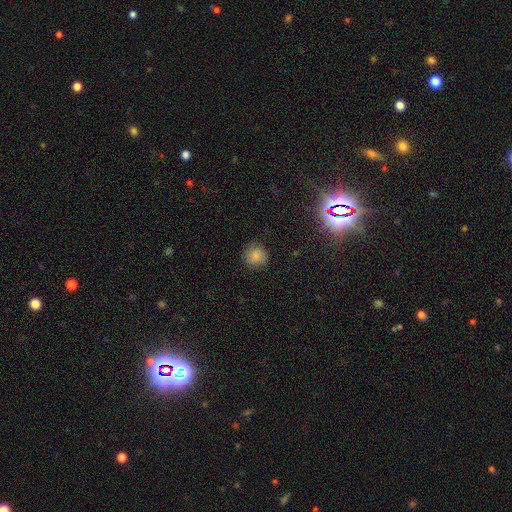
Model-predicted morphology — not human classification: Overall: smooth (81%). How rounded: round (91%). Merging: none (84%).